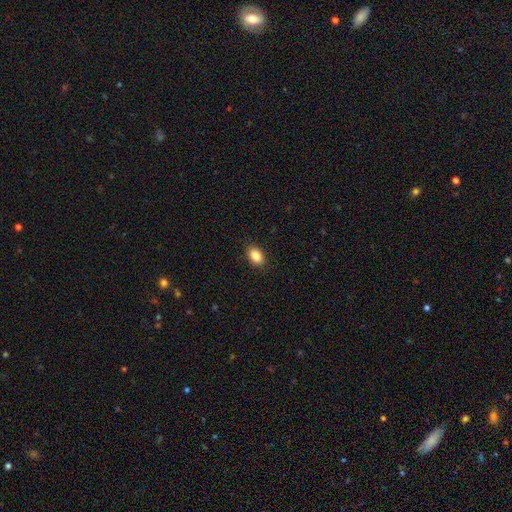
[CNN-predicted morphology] smooth-or-featured: smooth: 86% | star or artifact: 9% | featured or disk: 5%
  how-rounded: in between: 84% | round: 14% | cigar-shaped: 1%
  merging: none: 89% | minor disturbance: 8% | major disturbance: 2% | merger: 1%